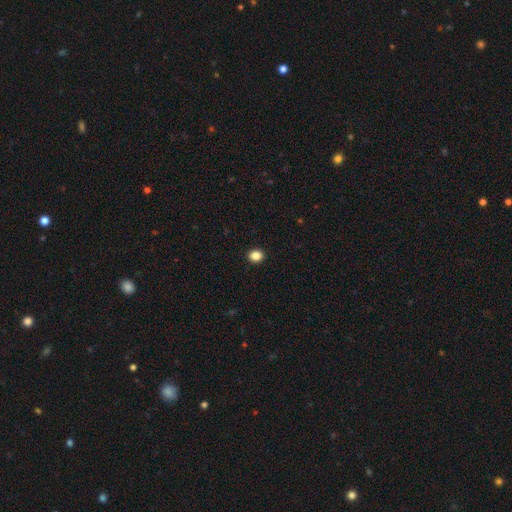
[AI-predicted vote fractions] The model was most divided on "how rounded": round: 69%, in between: 30%, cigar-shaped: 1%. More confident: merging — none (93%); smooth or featured — smooth (86%).